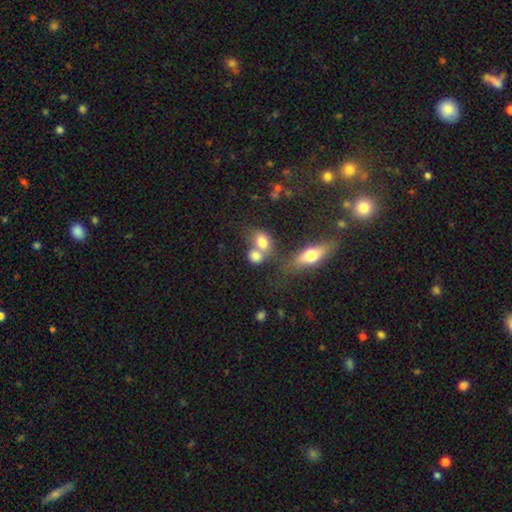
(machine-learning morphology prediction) Smooth or featured: smooth — 76% (featured or disk — 13%)
How rounded: in between — 51% (round — 46%)
Merging: merger — 52% (none — 33%)